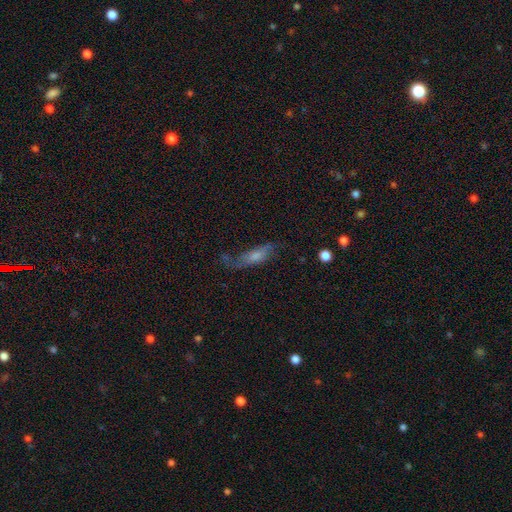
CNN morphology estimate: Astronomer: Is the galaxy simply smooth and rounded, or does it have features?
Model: featured or disk — 47% (runner-up: smooth, 41%).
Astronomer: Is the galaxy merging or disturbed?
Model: none — 49% (runner-up: minor disturbance, 26%).